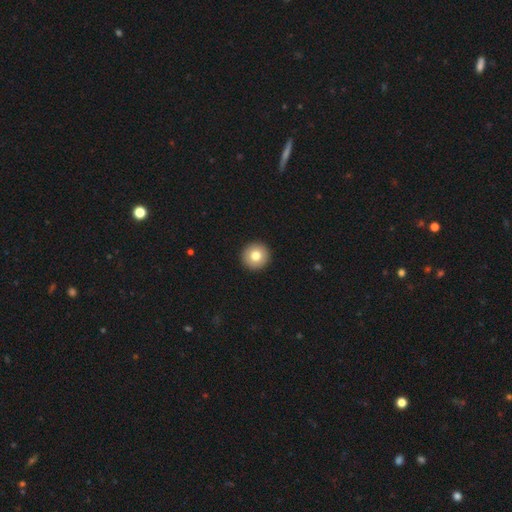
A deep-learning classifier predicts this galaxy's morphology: Overall: smooth (78%). How rounded: round (96%). Merging: none (94%).